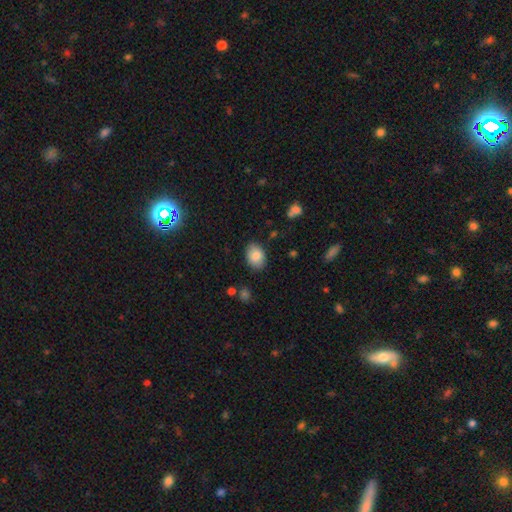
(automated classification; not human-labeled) smooth-or-featured: smooth: 84% | featured or disk: 8% | star or artifact: 7%
  how-rounded: in between: 79% | round: 20% | cigar-shaped: 1%
  merging: none: 83% | minor disturbance: 12% | major disturbance: 3% | merger: 2%